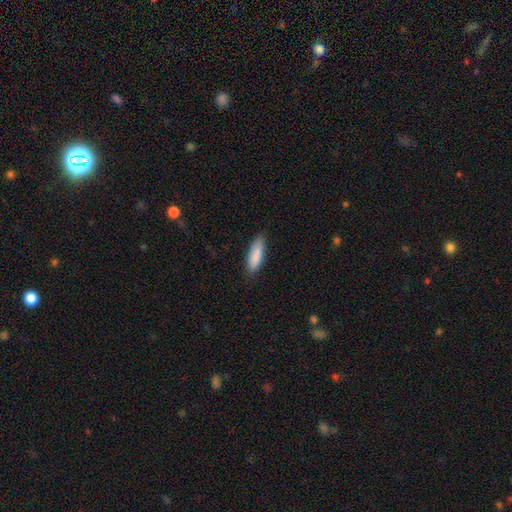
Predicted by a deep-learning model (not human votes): Smooth or featured: smooth — 88% (featured or disk — 6%)
How rounded: in between — 49% (tied with cigar-shaped — 49%)
Merging: none — 83% (minor disturbance — 13%)